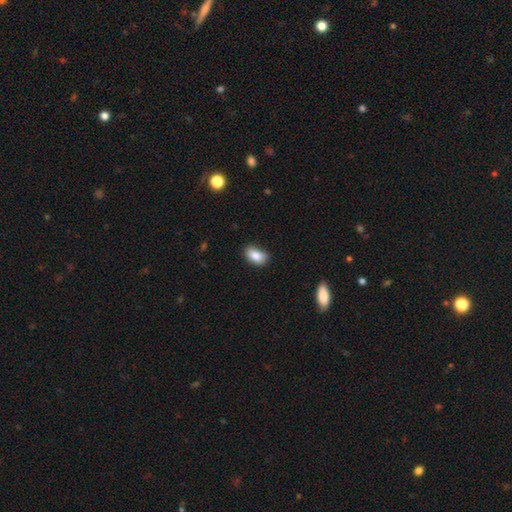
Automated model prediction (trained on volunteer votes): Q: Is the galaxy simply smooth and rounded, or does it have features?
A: smooth — 84%.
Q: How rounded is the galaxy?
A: in between — 89%.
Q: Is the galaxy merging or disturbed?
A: none — 69%.